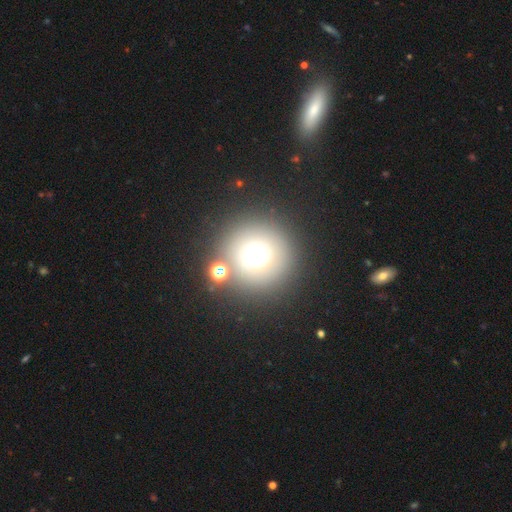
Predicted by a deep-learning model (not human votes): Smooth or featured: smooth — 67% (star or artifact — 21%)
How rounded: round — 95% (in between — 4%)
Merging: none — 78% (merger — 10%)